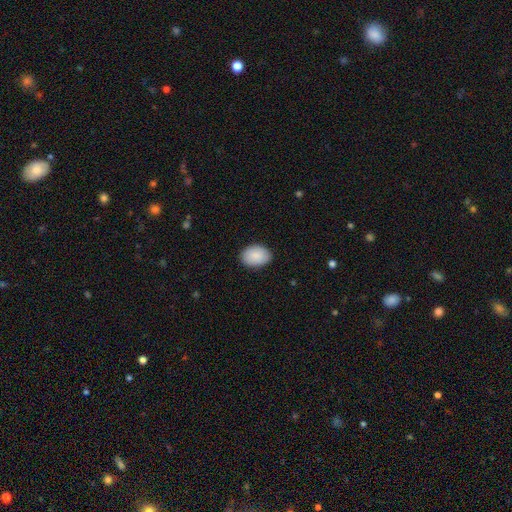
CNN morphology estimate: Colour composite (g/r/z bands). It shows a smooth galaxy with no disk features (89%) that is in between round and cigar-shaped (84%). Merging: none (87%).